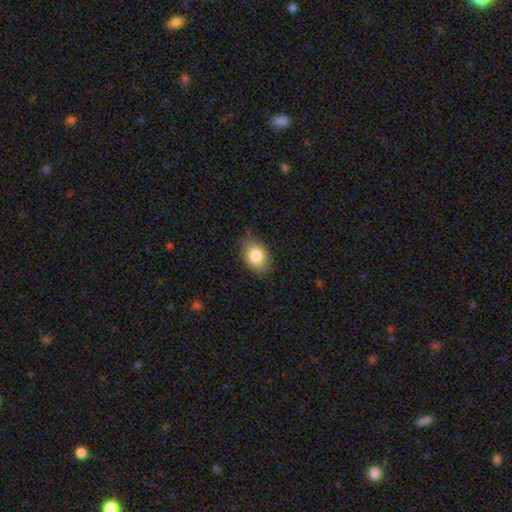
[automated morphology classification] Smooth or featured?
  - smooth: 83% *
  - featured or disk: 10%
  - star or artifact: 7%
How rounded?
  - in between: 82% *
  - round: 17%
  - cigar-shaped: 1%
Merging?
  - none: 78% *
  - minor disturbance: 18%
  - major disturbance: 3%
  - merger: 1%